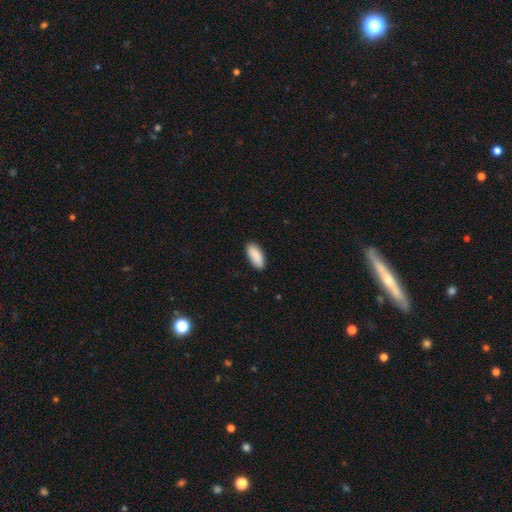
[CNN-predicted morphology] This appears to be a smooth galaxy with no disk features (90%) that is in between round and cigar-shaped (85%). Merging: none (87%).